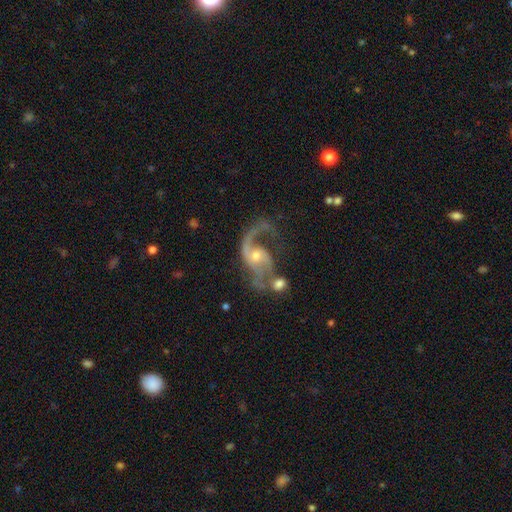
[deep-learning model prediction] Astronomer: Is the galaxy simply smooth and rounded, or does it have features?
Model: featured or disk — 86%.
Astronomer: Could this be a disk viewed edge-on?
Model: no — 97%.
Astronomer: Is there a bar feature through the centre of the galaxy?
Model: no — 55% (runner-up: weak, 35%).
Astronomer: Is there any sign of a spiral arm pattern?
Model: yes — 94%.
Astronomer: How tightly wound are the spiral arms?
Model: loose — 54% (runner-up: medium, 36%).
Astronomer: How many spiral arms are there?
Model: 2 — 67%.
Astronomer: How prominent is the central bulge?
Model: small — 48% (runner-up: moderate, 44%).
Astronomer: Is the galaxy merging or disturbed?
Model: none — 41% (runner-up: major disturbance, 27%).